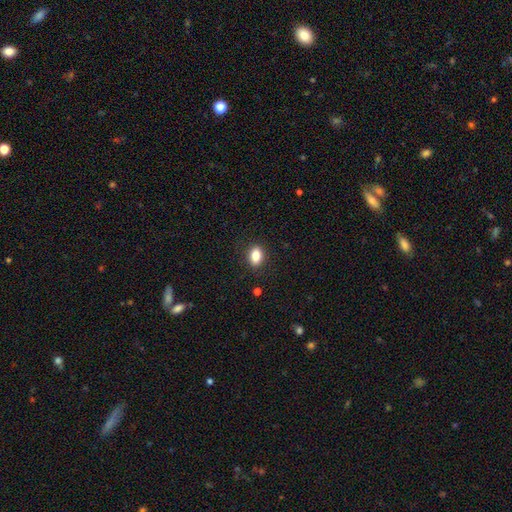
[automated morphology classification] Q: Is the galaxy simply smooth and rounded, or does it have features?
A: smooth — 84%.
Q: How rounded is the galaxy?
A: in between — 80%.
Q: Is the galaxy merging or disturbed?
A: none — 88%.